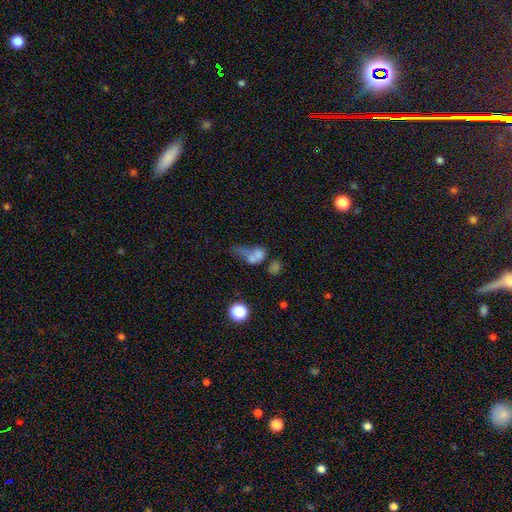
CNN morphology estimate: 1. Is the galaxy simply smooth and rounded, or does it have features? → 59% smooth, 25% featured or disk, 15% star or artifact.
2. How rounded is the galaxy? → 52% in between, 43% round, 4% cigar-shaped.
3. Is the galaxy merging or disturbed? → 59% merger, 19% major disturbance, 15% none, 8% minor disturbance.